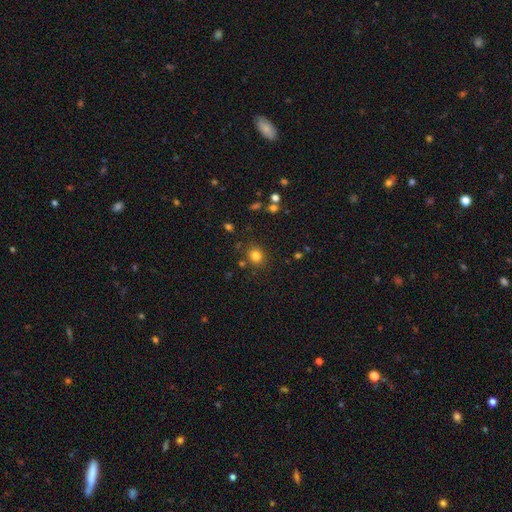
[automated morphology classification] Smooth or featured? Predicted: smooth (p=0.80). How rounded? Predicted: round (p=0.84). Merging? Predicted: none (p=0.85).